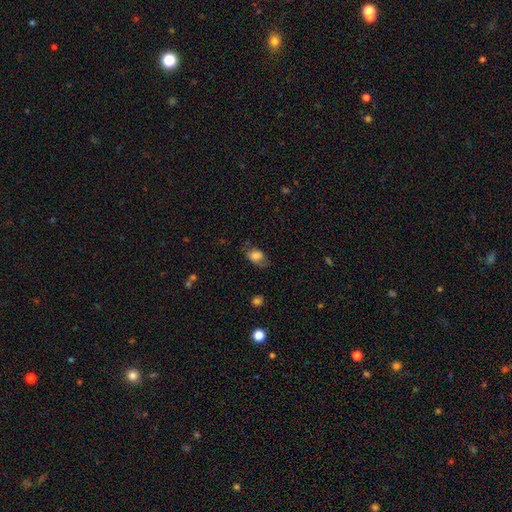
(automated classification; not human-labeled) Smooth or featured: smooth — 69% (featured or disk — 21%)
How rounded: in between — 80% (round — 18%)
Merging: none — 54% (minor disturbance — 28%)